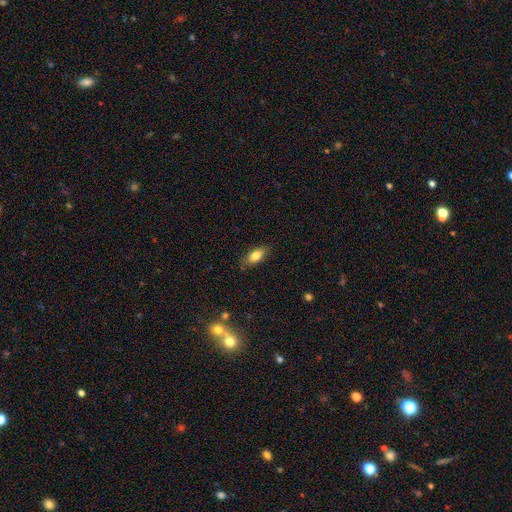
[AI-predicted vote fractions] This is likely a smooth galaxy (80%). How rounded: clearly in between (85%). Merging: clearly none (81%).